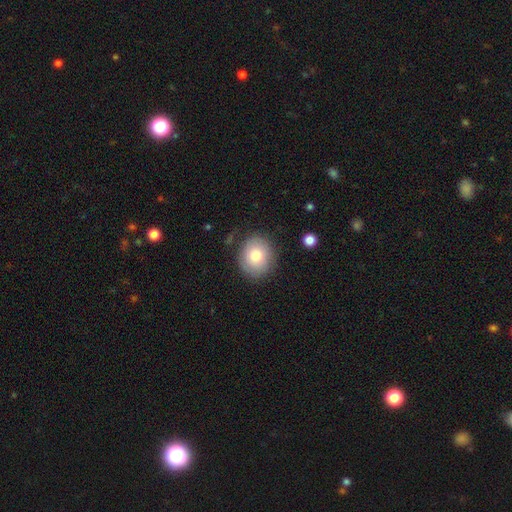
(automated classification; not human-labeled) Smooth or featured? Predicted: smooth (p=0.77). How rounded? Predicted: round (p=0.75). Merging? Predicted: none (p=0.80).